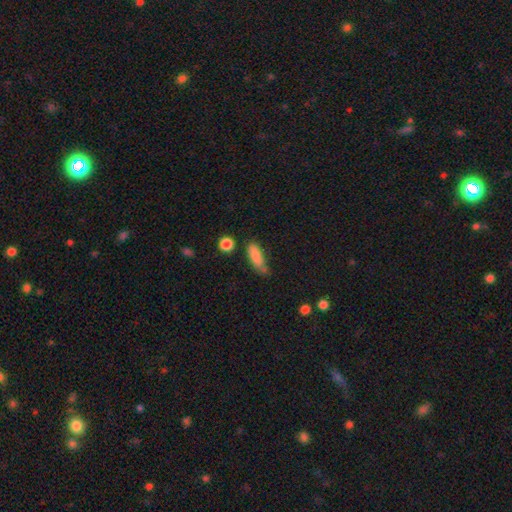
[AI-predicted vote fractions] smooth-or-featured: smooth: 83% | star or artifact: 9% | featured or disk: 9%
  how-rounded: in between: 52% | cigar-shaped: 45% | round: 3%
  merging: none: 52% | minor disturbance: 33% | major disturbance: 10% | merger: 6%